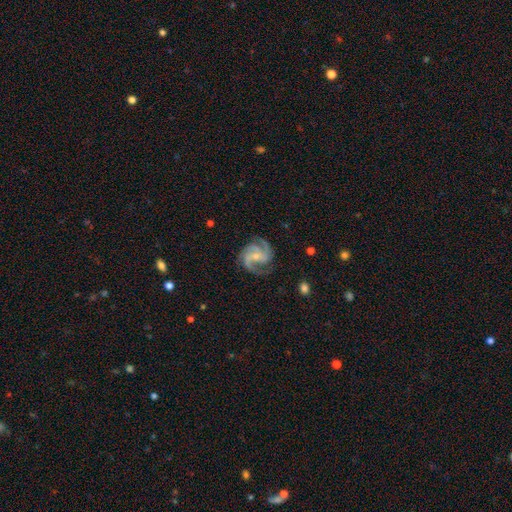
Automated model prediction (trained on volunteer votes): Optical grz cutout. It shows a featured or disk galaxy (91%) with no bar (49%), 3 (57%) medium (58%) spiral arms (98%) and a small central bulge (69%). Merging: none (77%).